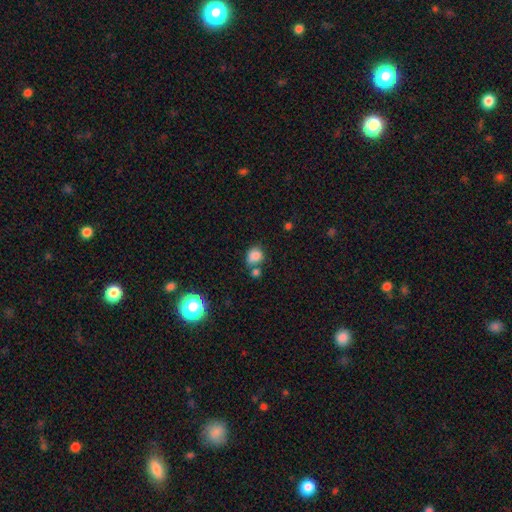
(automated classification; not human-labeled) The model was most divided on "merging": none: 51%, merger: 26%, minor disturbance: 17%, major disturbance: 6%. More confident: smooth or featured — smooth (82%); how rounded — round (65%).